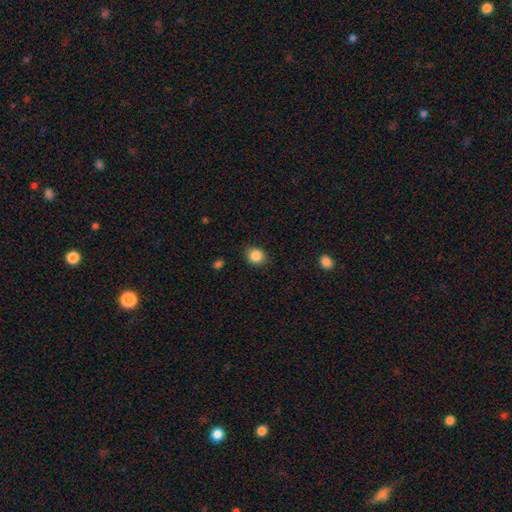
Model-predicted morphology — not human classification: Q: Smooth or featured?
A: smooth (86%); runner-up: star or artifact (10%)
Q: How rounded?
A: round (78%); runner-up: in between (21%)
Q: Merging?
A: none (86%); runner-up: minor disturbance (10%)